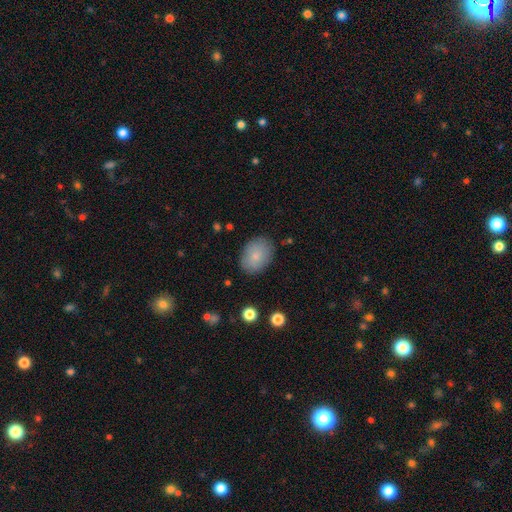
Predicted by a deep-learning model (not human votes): Morphology: type=smooth (82%); roundness=in between (77%); merging=none (83%).